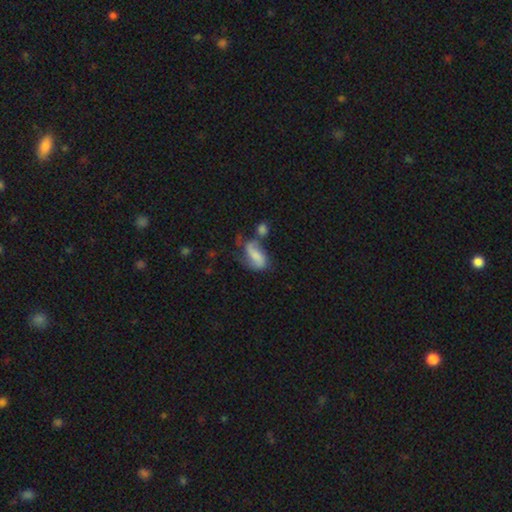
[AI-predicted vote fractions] Smooth or featured: featured or disk — 54% (smooth — 37%)
Edge-on disk: no — 96% (yes — 4%)
Bar: no — 44% (weak — 37%)
Spiral arms: yes — 83% (no — 17%)
Bulge size: small — 35% (none — 31%)
Merging: none — 31% (merger — 25%)